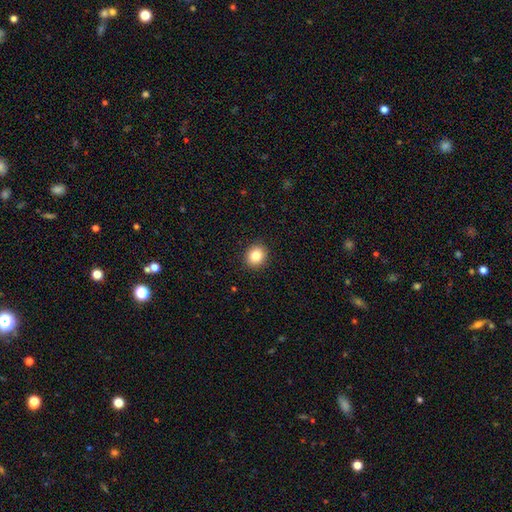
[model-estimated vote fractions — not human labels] A smooth galaxy with no disk features (84%) that is round (77%). Merging: none (91%).